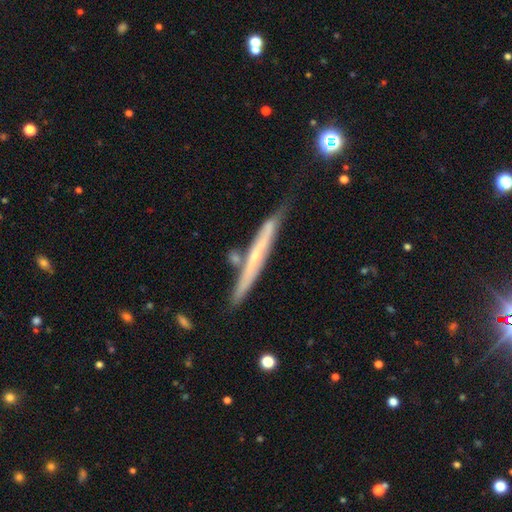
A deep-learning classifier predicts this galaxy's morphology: Smooth or featured: featured or disk — 62% (smooth — 32%)
Edge-on disk: yes — 94% (no — 6%)
Edge-on bulge: none — 59% (rounded — 37%)
Merging: none — 68% (minor disturbance — 20%)